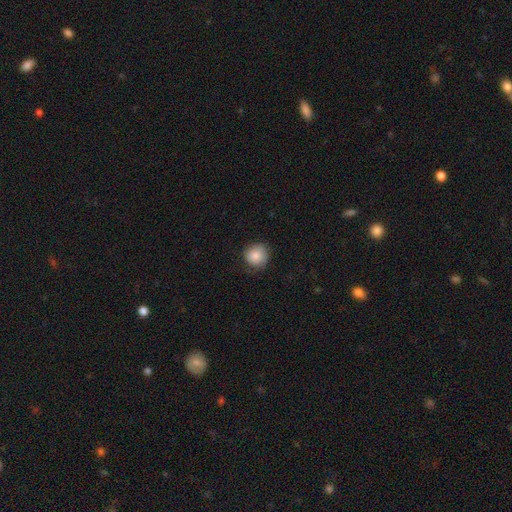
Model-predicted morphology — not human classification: Smooth or featured: smooth — 85% (star or artifact — 8%)
How rounded: round — 91% (in between — 8%)
Merging: none — 77% (minor disturbance — 18%)